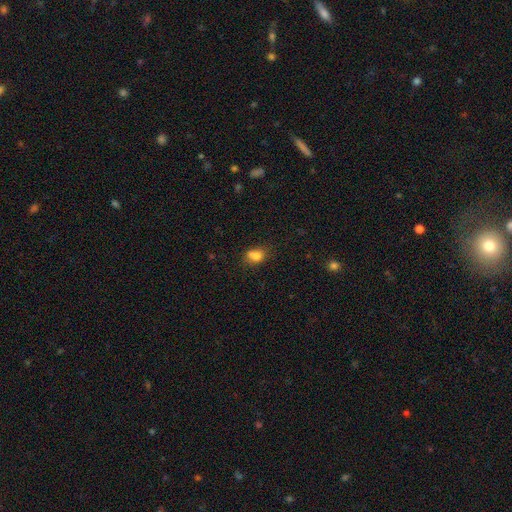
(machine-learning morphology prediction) Overall: smooth (78%). How rounded: in between (61%; round 37%). Merging: none (48%; minor disturbance 25%).